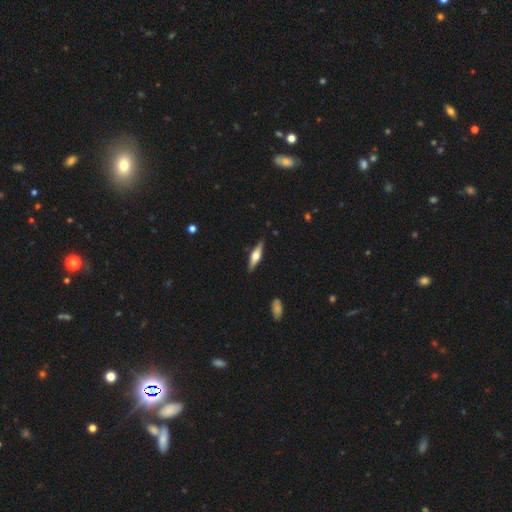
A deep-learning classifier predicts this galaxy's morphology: Overall: featured or disk (59%; smooth 36%). Edge-on disk: yes (95%). Edge-on bulge: rounded (93%). Merging: none (88%).